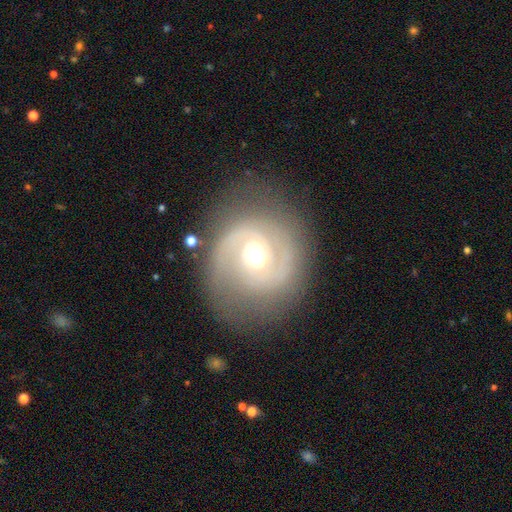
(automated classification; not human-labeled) Smooth or featured? featured or disk (84%)
Edge-on disk? no (98%)
Bar? no (65%)
Spiral arms? yes (95%)
Spiral winding? tight (52%)
Spiral arm count? 2 (78%)
Bulge size? moderate (70%)
Merging? none (77%)